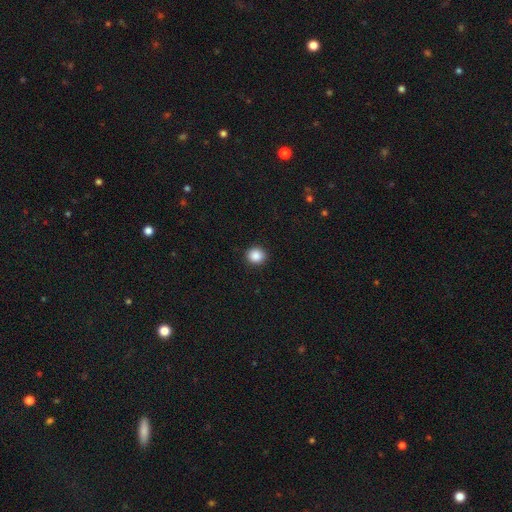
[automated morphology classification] Smooth or featured?
  - smooth: 88% *
  - star or artifact: 9%
  - featured or disk: 3%
How rounded?
  - round: 89% *
  - in between: 10%
  - cigar-shaped: 1%
Merging?
  - none: 91% *
  - minor disturbance: 6%
  - major disturbance: 2%
  - merger: 1%